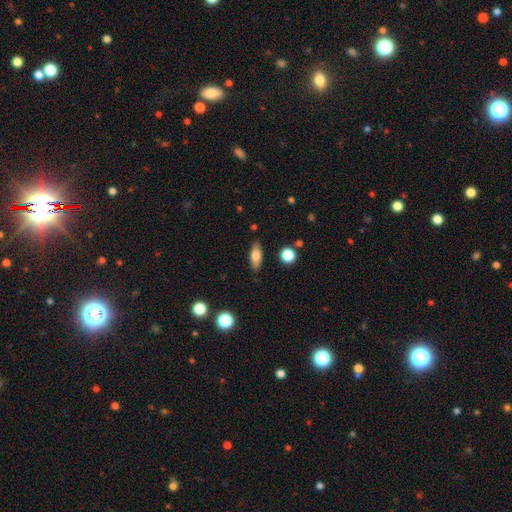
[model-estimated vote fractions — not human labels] Morphology: type=smooth (76%); roundness=in between (71%); merging=none (84%).